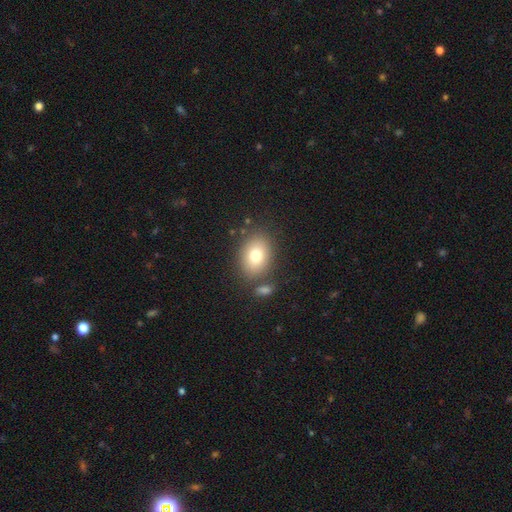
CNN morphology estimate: Smooth or featured?
  - smooth: 77% *
  - featured or disk: 13%
  - star or artifact: 10%
How rounded?
  - in between: 67% *
  - round: 32%
  - cigar-shaped: 1%
Merging?
  - none: 77% *
  - minor disturbance: 11%
  - merger: 8%
  - major disturbance: 4%